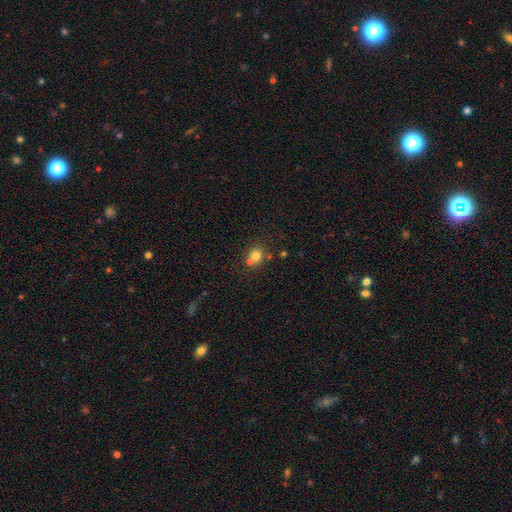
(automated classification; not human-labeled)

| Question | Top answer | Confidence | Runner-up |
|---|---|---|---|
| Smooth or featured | smooth | 75% | star or artifact (13%) |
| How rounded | round | 79% | in between (20%) |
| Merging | none | 50% | merger (37%) |